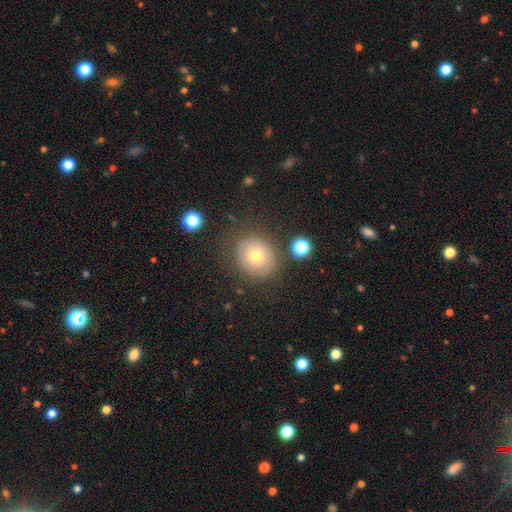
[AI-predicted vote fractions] Smooth or featured: smooth — 67% (featured or disk — 21%)
How rounded: round — 77% (in between — 23%)
Merging: none — 79% (minor disturbance — 12%)